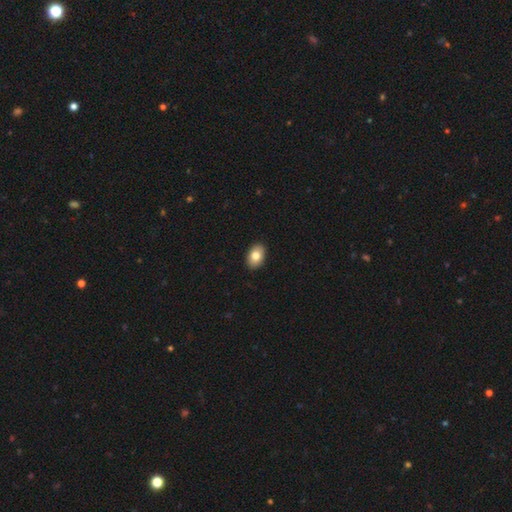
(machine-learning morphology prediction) Q: Smooth or featured?
A: smooth (81%); runner-up: featured or disk (11%)
Q: How rounded?
A: in between (86%); runner-up: round (13%)
Q: Merging?
A: none (91%); runner-up: minor disturbance (6%)